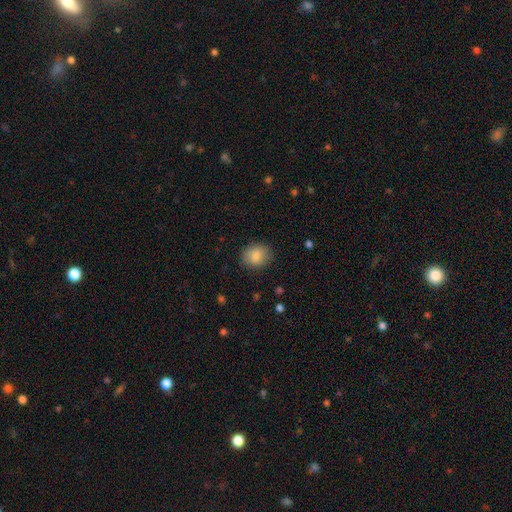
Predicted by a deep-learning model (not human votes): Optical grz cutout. It shows a smooth galaxy with no disk features (85%) that is round (54%). Merging: none (86%).